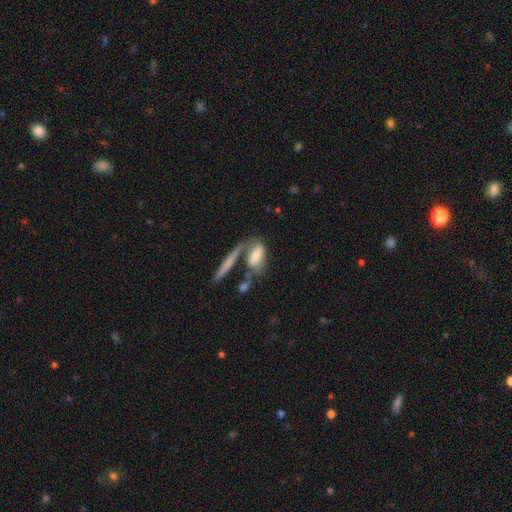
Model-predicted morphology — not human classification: A smooth galaxy with no disk features (60%) that is in between round and cigar-shaped (66%).

Vote fractions:
- Smooth or featured? smooth: 60% / featured or disk: 32% / star or artifact: 8%
- How rounded? in between: 66% / cigar-shaped: 29% / round: 5%
- Merging? merger: 36% / none: 34% / minor disturbance: 15% / major disturbance: 15%